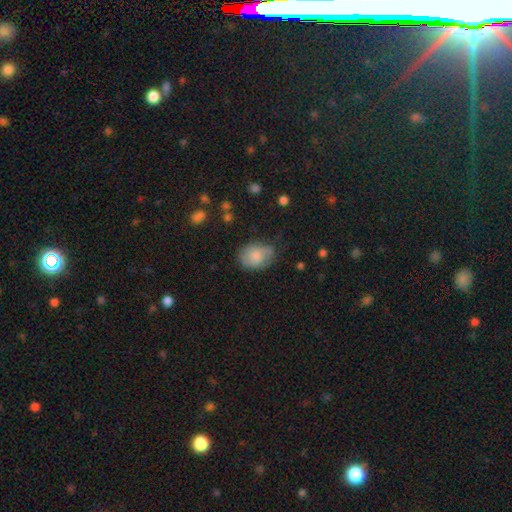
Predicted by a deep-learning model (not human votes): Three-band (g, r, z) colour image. It shows a smooth galaxy with no disk features (75%) that is in between round and cigar-shaped (73%). Merging: none (59%).